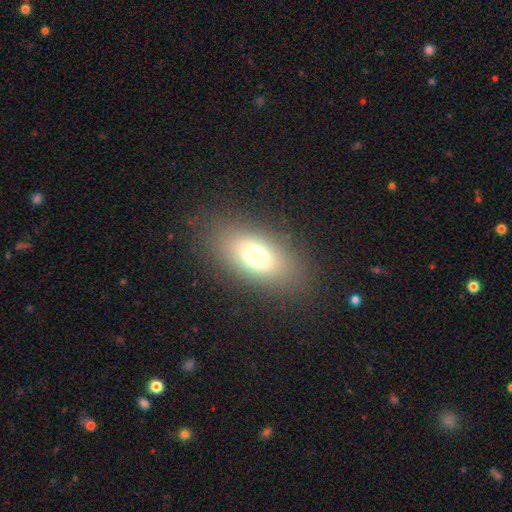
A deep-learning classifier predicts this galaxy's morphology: A smooth galaxy with no disk features (72%) that is in between round and cigar-shaped (85%). Merging: none (83%).